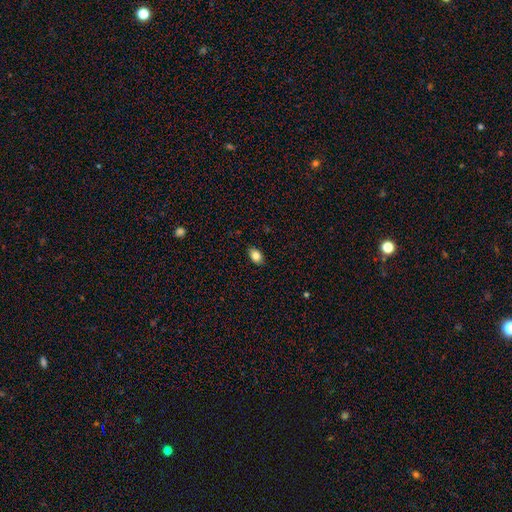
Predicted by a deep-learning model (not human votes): A smooth galaxy with no disk features (84%) that is in between round and cigar-shaped (83%). Merging: none (87%).